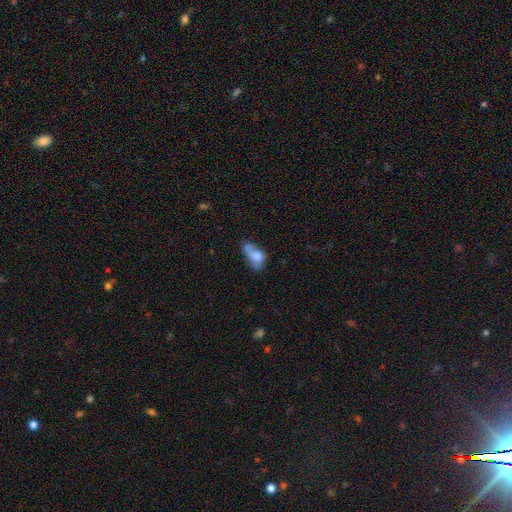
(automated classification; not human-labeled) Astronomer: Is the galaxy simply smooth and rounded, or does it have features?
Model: smooth — 67%.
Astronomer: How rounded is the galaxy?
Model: in between — 84%.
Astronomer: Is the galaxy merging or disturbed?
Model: minor disturbance — 26% (runner-up: none, 25%).